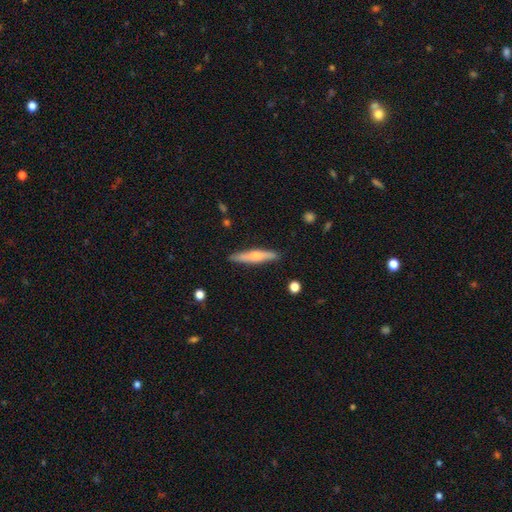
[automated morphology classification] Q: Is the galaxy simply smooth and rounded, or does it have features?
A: featured or disk — 50%.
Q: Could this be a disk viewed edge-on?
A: yes — 94%.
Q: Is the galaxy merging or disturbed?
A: none — 89%.